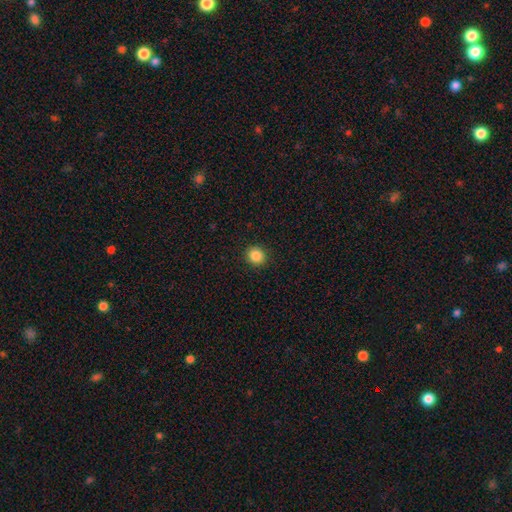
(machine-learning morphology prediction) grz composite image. It shows a smooth galaxy with no disk features (87%) that is round (87%). Merging: none (91%).